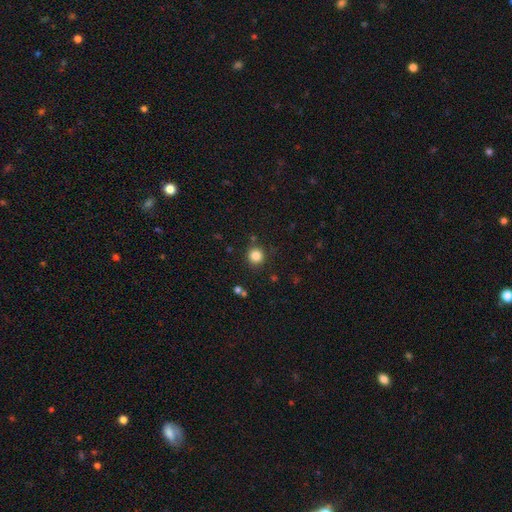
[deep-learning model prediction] smooth_or_featured: smooth (p=0.84) [alt: star or artifact p=0.12]
how_rounded: round (p=0.94) [alt: in between p=0.05]
merging: none (p=0.88) [alt: minor disturbance p=0.07]